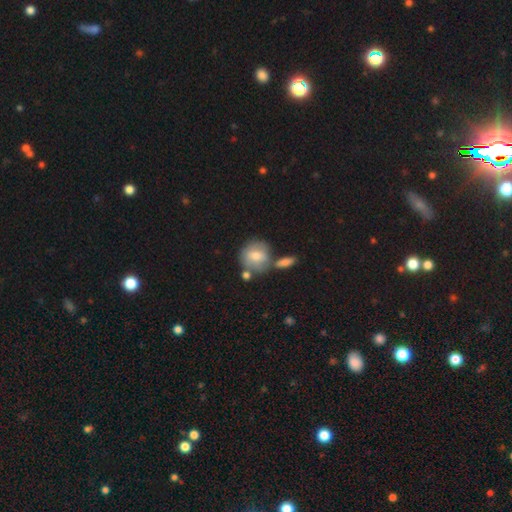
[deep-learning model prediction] A smooth galaxy with no disk features (68%) that is round (81%).

Vote fractions:
- Smooth or featured? smooth: 68% / featured or disk: 25% / star or artifact: 7%
- How rounded? round: 81% / in between: 17% / cigar-shaped: 1%
- Merging? none: 53% / merger: 26% / minor disturbance: 16% / major disturbance: 5%